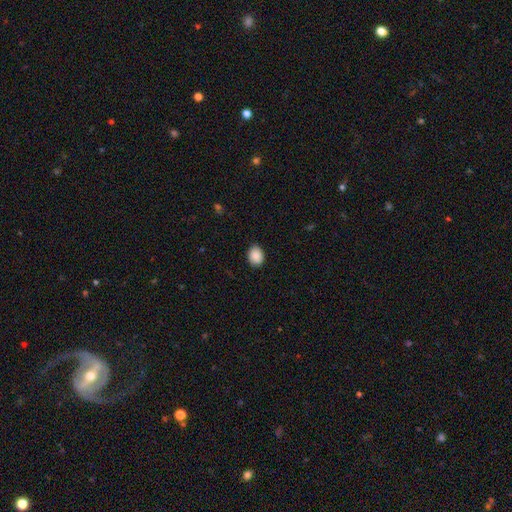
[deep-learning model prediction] A smooth galaxy with no disk features (89%) that is in between round and cigar-shaped (58%).

Vote fractions:
- Smooth or featured? smooth: 89% / star or artifact: 8% / featured or disk: 3%
- How rounded? in between: 58% / round: 41% / cigar-shaped: 1%
- Merging? none: 88% / minor disturbance: 9% / major disturbance: 2% / merger: 1%